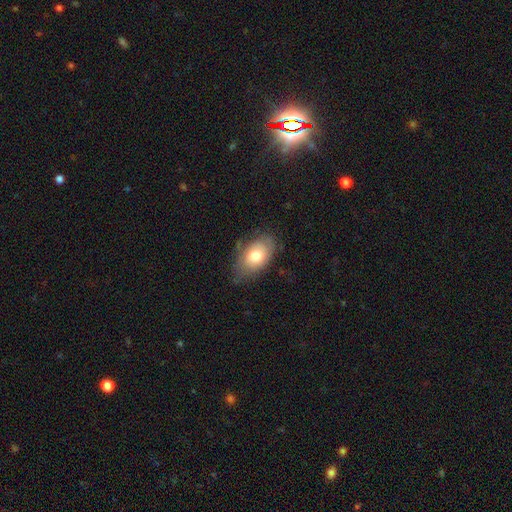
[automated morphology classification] Smooth or featured? Predicted: smooth (p=0.72). How rounded? Predicted: in between (p=0.92). Merging? Predicted: none (p=0.65).